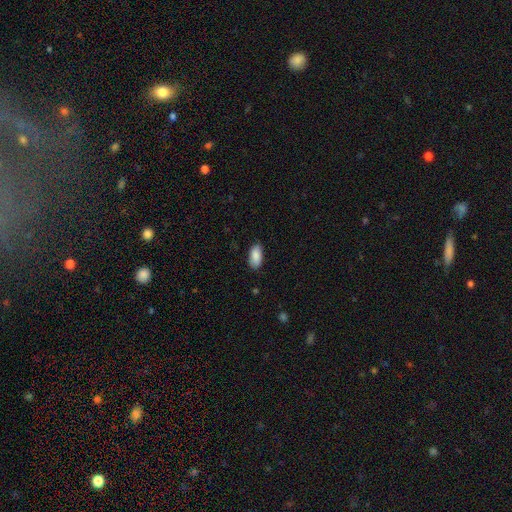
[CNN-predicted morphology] Q: Smooth or featured?
A: smooth (89%); runner-up: star or artifact (6%)
Q: How rounded?
A: in between (93%); runner-up: cigar-shaped (5%)
Q: Merging?
A: none (83%); runner-up: minor disturbance (14%)